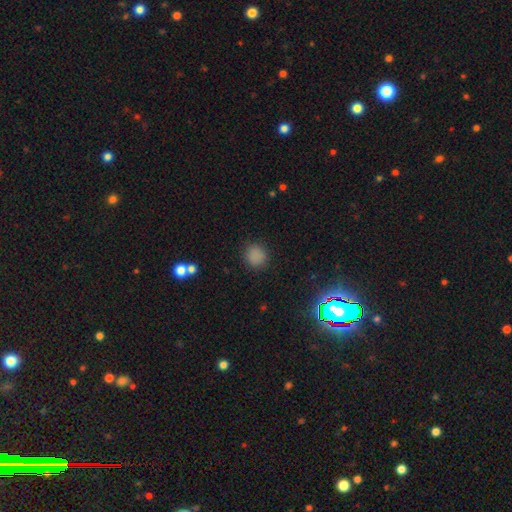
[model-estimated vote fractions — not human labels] smooth 82%, star or artifact 14%, featured or disk 4%. Down the decision tree: how rounded — round (85%); merging — none (86%).